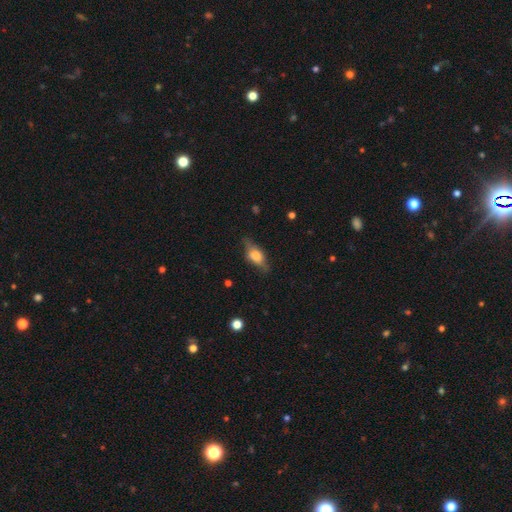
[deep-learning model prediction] A smooth galaxy with no disk features (47%). Merging: none (75%).